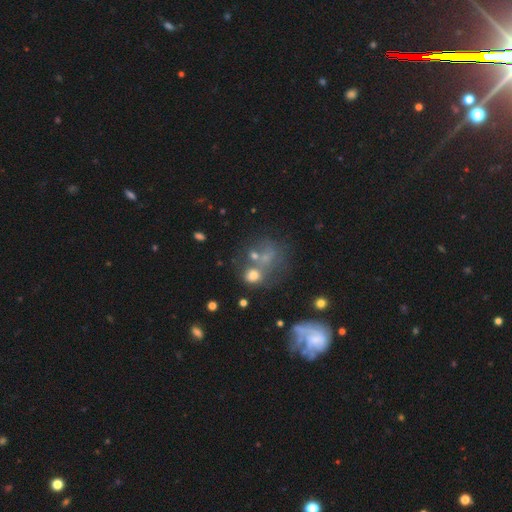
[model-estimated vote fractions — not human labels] Smooth or featured? smooth (40%)
Merging? none (39%)